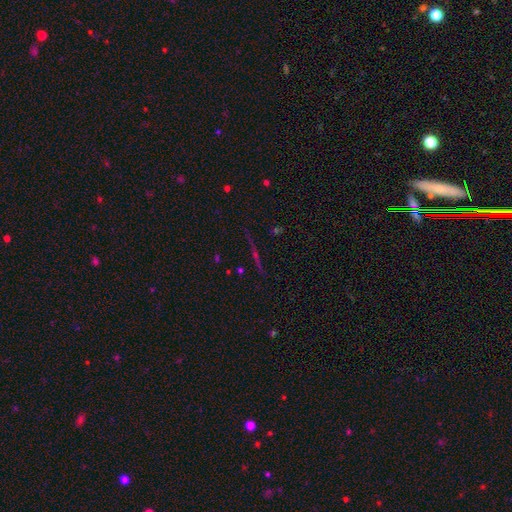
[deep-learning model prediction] A featured or disk galaxy (53%) viewed edge-on (92%). Merging: none (87%).